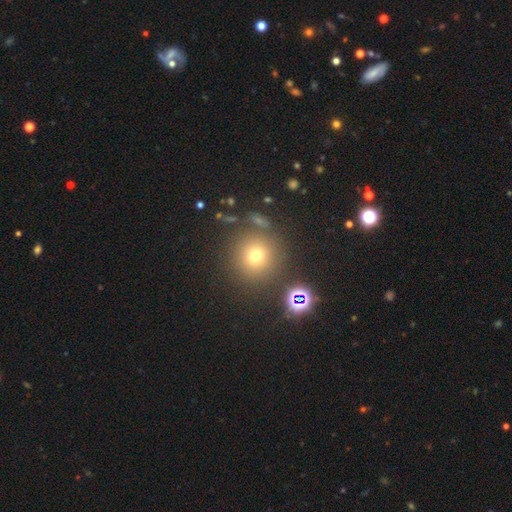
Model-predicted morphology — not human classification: Overall: smooth (68%). How rounded: round (93%). Merging: none (82%).